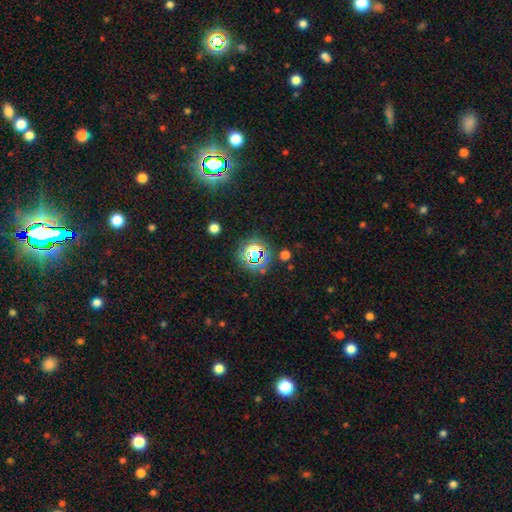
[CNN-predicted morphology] Smooth or featured? star or artifact (62%)